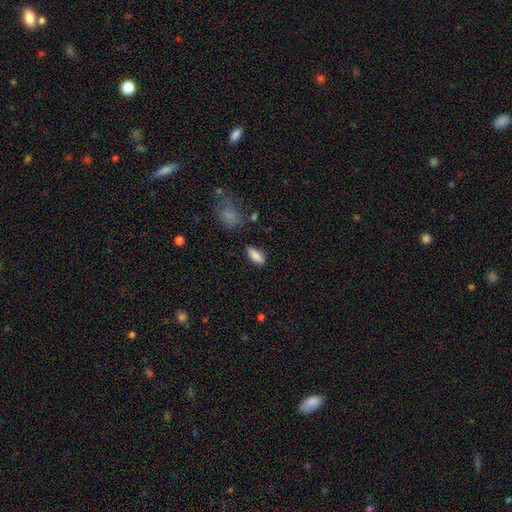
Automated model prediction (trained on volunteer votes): A smooth galaxy with no disk features (84%) that is in between round and cigar-shaped (75%). Merging: none (81%).